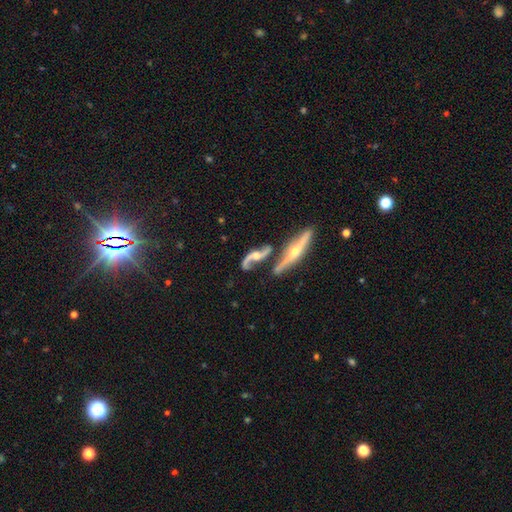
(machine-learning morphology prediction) Smooth or featured: featured or disk — 87% (smooth — 7%)
Edge-on disk: no — 74% (yes — 26%)
Bar: no — 58% (weak — 29%)
Spiral arms: yes — 94% (no — 6%)
Spiral winding: loose — 68% (medium — 24%)
Spiral arm count: 2 — 91% (1 — 3%)
Bulge size: moderate — 58% (small — 28%)
Merging: none — 49% (merger — 26%)